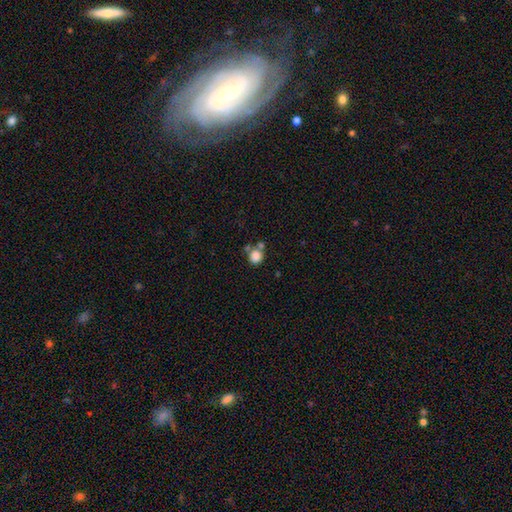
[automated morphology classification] Smooth or featured?
  - smooth: 83% *
  - star or artifact: 11%
  - featured or disk: 6%
How rounded?
  - round: 82% *
  - in between: 17%
  - cigar-shaped: 1%
Merging?
  - none: 56% *
  - merger: 27%
  - minor disturbance: 12%
  - major disturbance: 5%